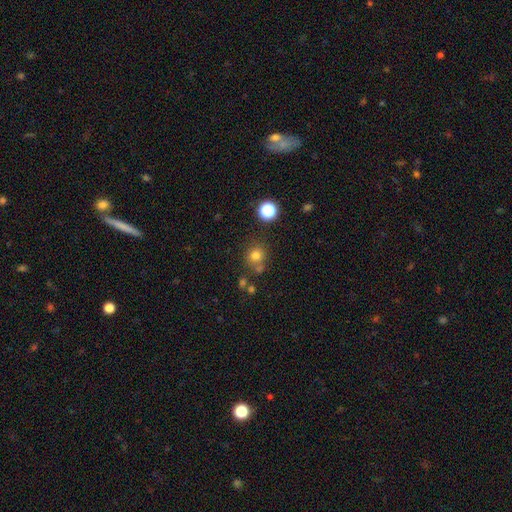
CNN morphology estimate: A smooth galaxy with no disk features (74%) that is round (87%). Merging: none (68%).